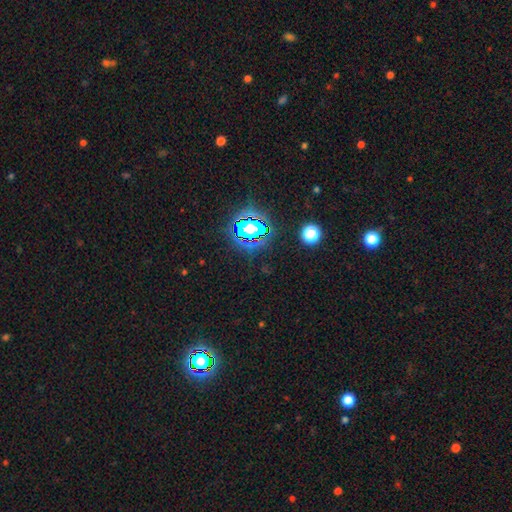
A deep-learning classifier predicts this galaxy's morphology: This is clearly a star or artifact rather than a galaxy (82%).